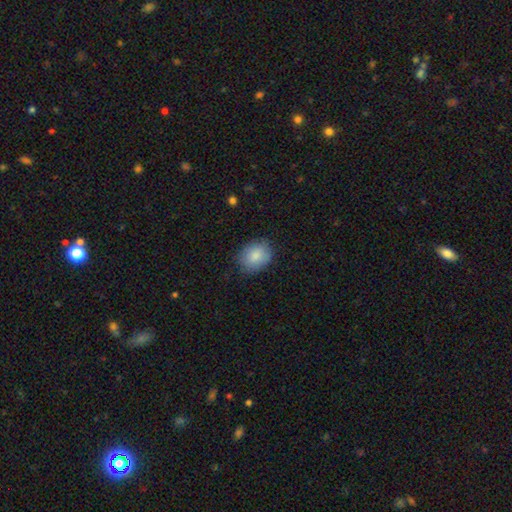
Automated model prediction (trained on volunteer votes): The model was most divided on "how rounded": in between: 57%, round: 42%, cigar-shaped: 1%. More confident: smooth or featured — smooth (87%); merging — none (81%).